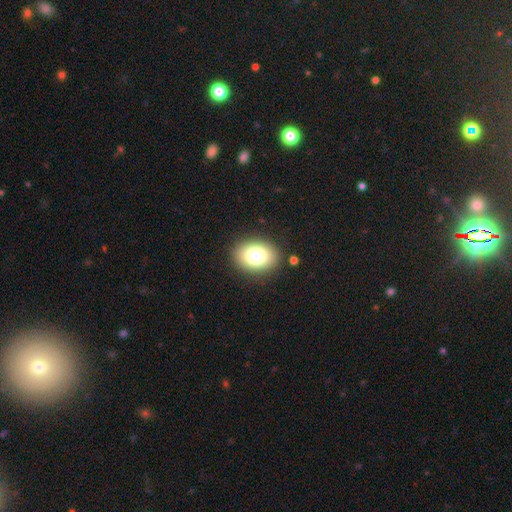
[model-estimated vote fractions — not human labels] Morphology: type=smooth (82%); roundness=in between (76%); merging=none (87%).